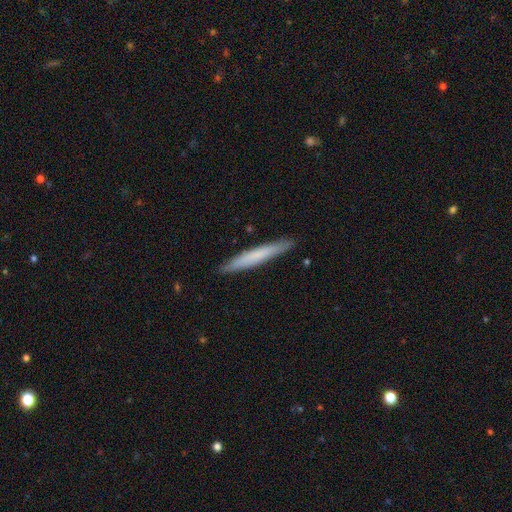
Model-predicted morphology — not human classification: Smooth or featured: smooth — 65% (featured or disk — 29%)
How rounded: cigar-shaped — 96% (in between — 3%)
Merging: none — 89% (minor disturbance — 8%)